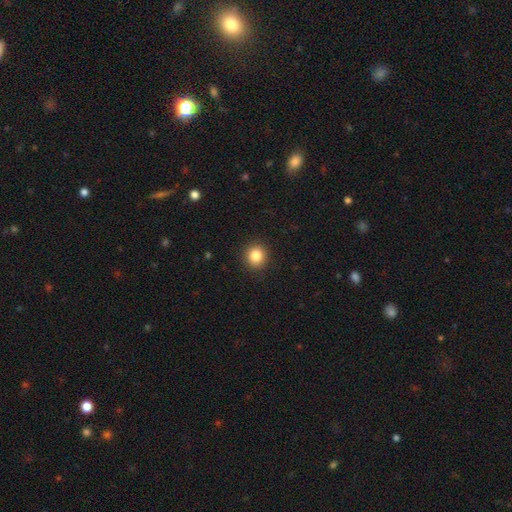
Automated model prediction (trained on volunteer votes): This appears to be a smooth galaxy with no disk features (85%) that is round (88%). Merging: none (92%).